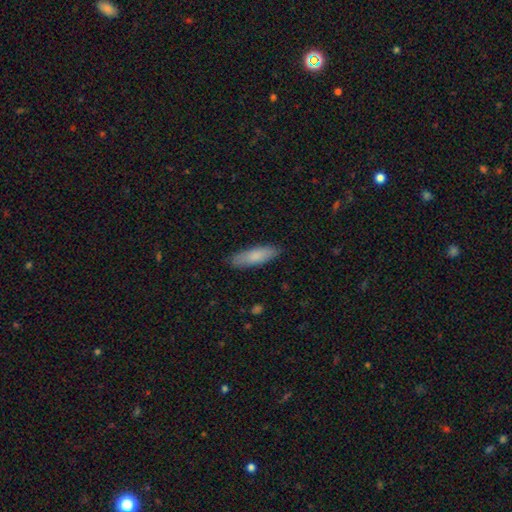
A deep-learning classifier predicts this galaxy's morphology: smooth_or_featured: smooth (p=0.81) [alt: featured or disk p=0.13]
how_rounded: cigar-shaped (p=0.57) [alt: in between p=0.41]
merging: none (p=0.86) [alt: minor disturbance p=0.11]